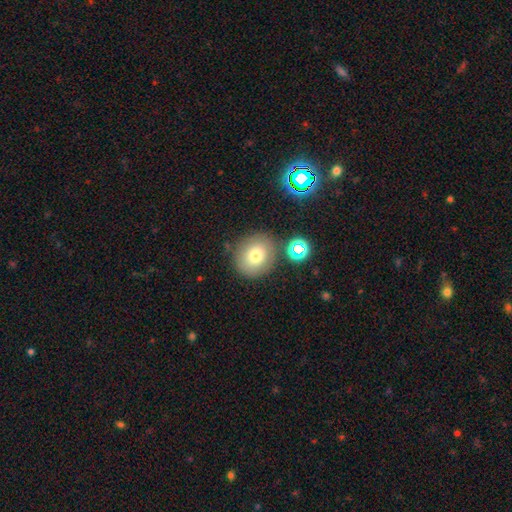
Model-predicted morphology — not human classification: smooth_or_featured: smooth (p=0.74) [alt: featured or disk p=0.14]
how_rounded: round (p=0.83) [alt: in between p=0.16]
merging: none (p=0.78) [alt: minor disturbance p=0.11]